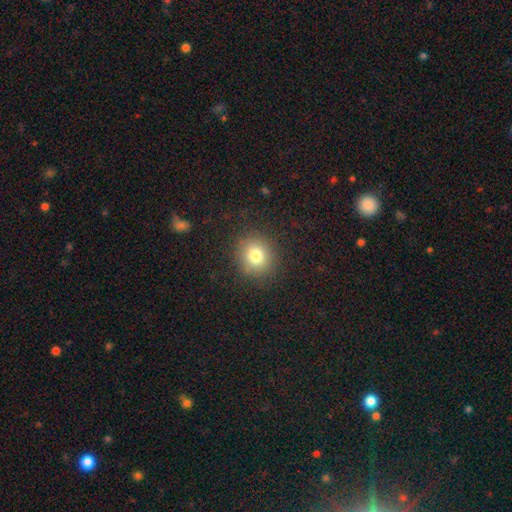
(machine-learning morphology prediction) smooth_or_featured: smooth (p=0.79) [alt: star or artifact p=0.13]
how_rounded: round (p=0.85) [alt: in between p=0.14]
merging: none (p=0.87) [alt: minor disturbance p=0.08]